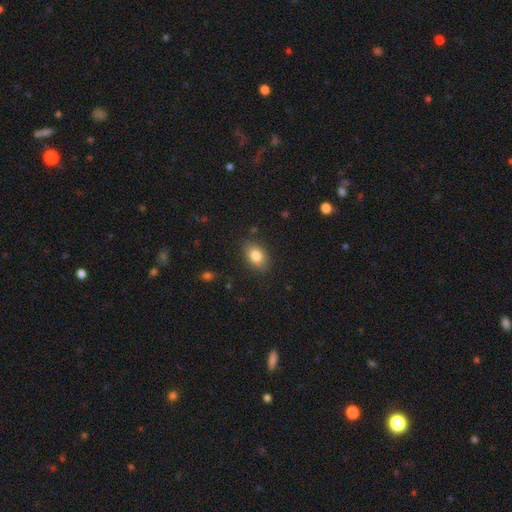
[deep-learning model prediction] This is clearly a smooth galaxy (81%). How rounded: clearly in between (82%). Merging: clearly none (84%).